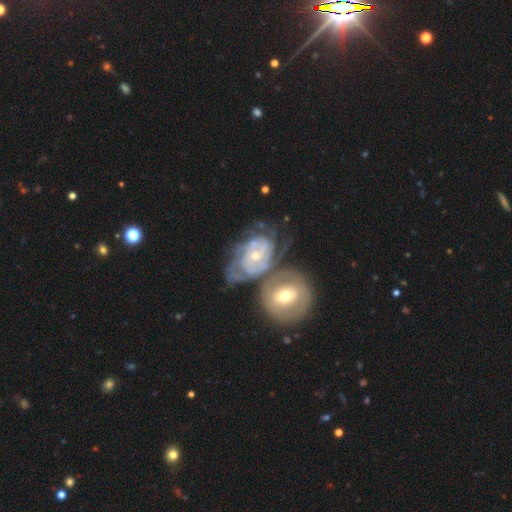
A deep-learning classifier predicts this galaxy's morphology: Q: Smooth or featured?
A: featured or disk (81%); runner-up: smooth (14%)
Q: Edge-on disk?
A: no (96%); runner-up: yes (4%)
Q: Bar?
A: no (71%); runner-up: weak (23%)
Q: Spiral arms?
A: yes (86%); runner-up: no (14%)
Q: Spiral winding?
A: tight (62%); runner-up: medium (28%)
Q: Spiral arm count?
A: can't tell (44%); runner-up: 2 (24%)
Q: Bulge size?
A: moderate (51%); runner-up: small (43%)
Q: Merging?
A: merger (45%); runner-up: none (28%)